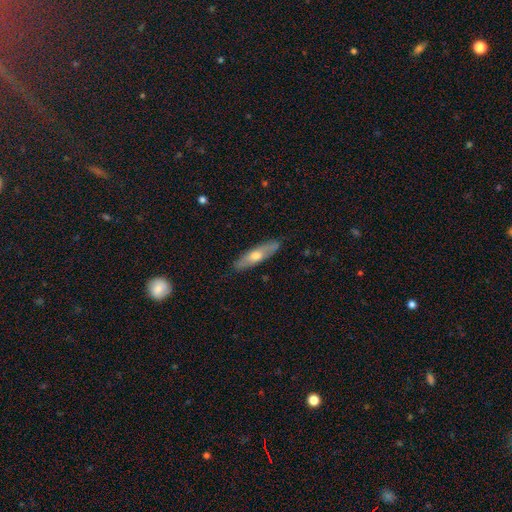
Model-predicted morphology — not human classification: Smooth or featured? featured or disk (48%)
Merging? none (87%)